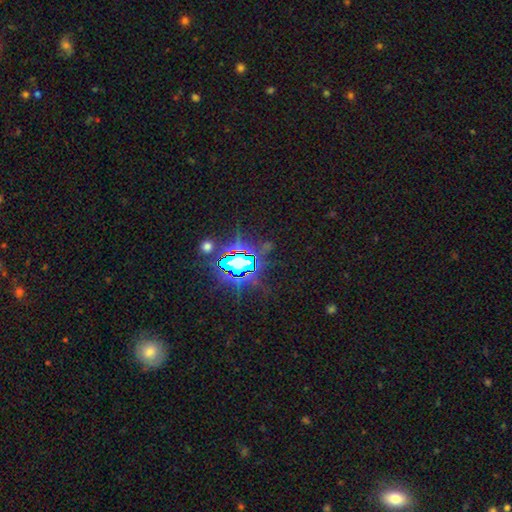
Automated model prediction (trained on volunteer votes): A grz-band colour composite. It shows a star or artifact, not a galaxy (83%).